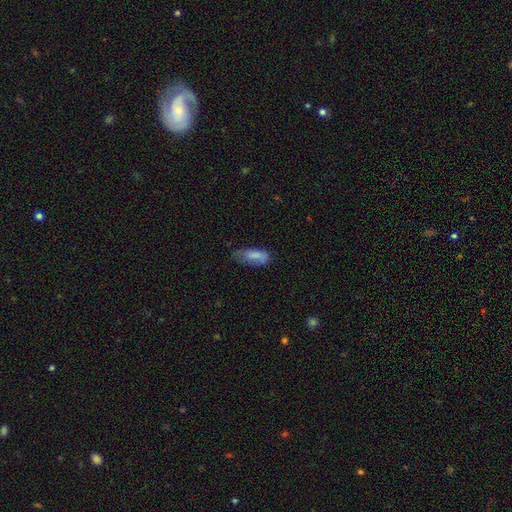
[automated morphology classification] smooth_or_featured: smooth (p=0.78) [alt: featured or disk p=0.14]
how_rounded: in between (p=0.81) [alt: cigar-shaped p=0.17]
merging: minor disturbance (p=0.40) [alt: none p=0.38]